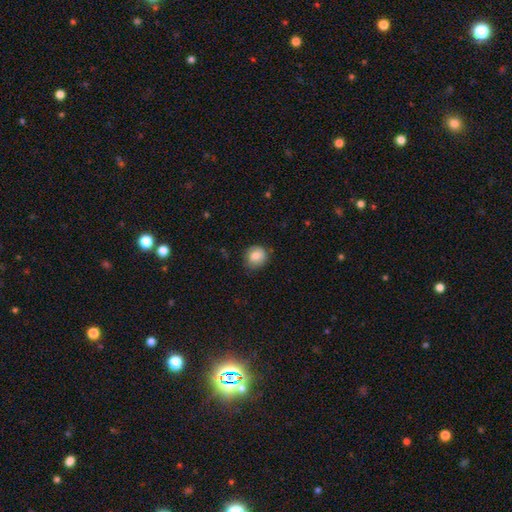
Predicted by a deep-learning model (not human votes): This appears to be a smooth galaxy with no disk features (82%) that is round (86%). Merging: none (78%).